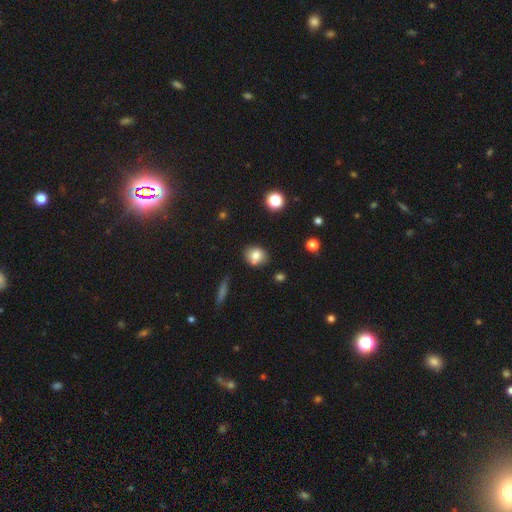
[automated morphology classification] Smooth or featured: smooth — 80% (star or artifact — 11%)
How rounded: round — 65% (in between — 34%)
Merging: none — 73% (minor disturbance — 15%)